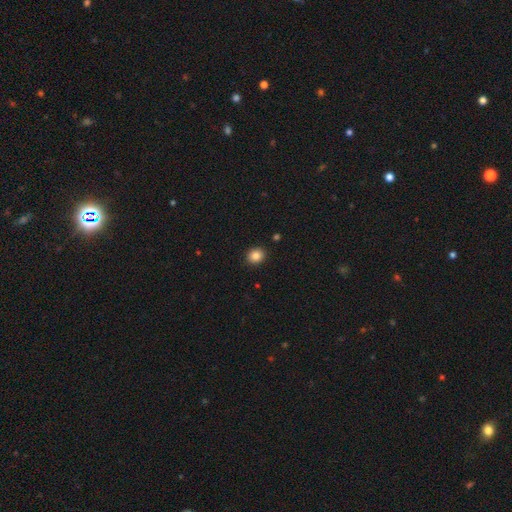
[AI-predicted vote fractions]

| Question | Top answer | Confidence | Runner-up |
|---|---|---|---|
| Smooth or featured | smooth | 85% | star or artifact (10%) |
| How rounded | round | 74% | in between (25%) |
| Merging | none | 91% | minor disturbance (6%) |